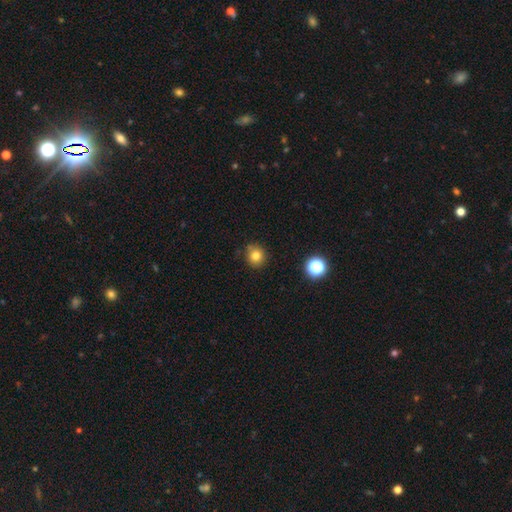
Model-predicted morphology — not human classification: smooth-or-featured: smooth: 79% | star or artifact: 14% | featured or disk: 7%
  how-rounded: round: 87% | in between: 12% | cigar-shaped: 1%
  merging: none: 83% | minor disturbance: 12% | merger: 3% | major disturbance: 3%